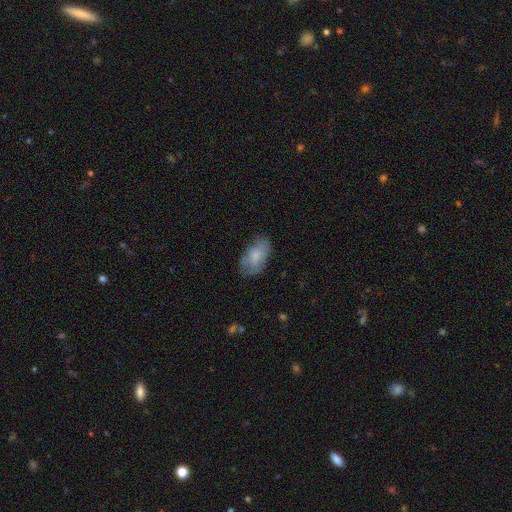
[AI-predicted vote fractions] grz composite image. It shows a smooth galaxy with no disk features (73%) that is in between round and cigar-shaped (93%). Merging: none (63%).